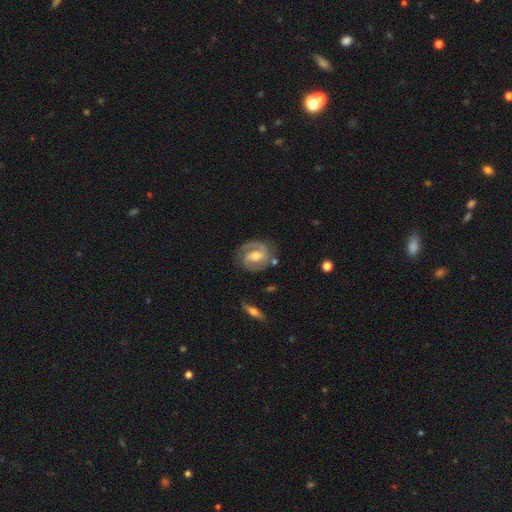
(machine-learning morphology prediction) Overall: featured or disk (83%). Edge-on disk: no (97%). Bar: weak (46%; no 27%). Spiral arms: yes (94%). Spiral arm count: 2 (81%). Spiral winding: medium (46%; tight 41%). Bulge size: moderate (67%). Merging: none (76%).